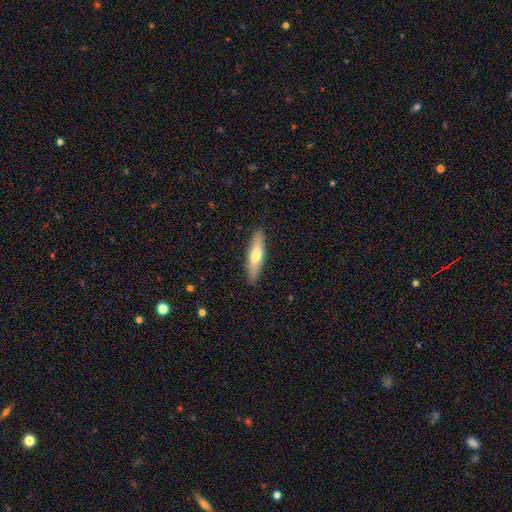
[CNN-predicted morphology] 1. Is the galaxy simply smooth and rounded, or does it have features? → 61% smooth, 34% featured or disk, 5% star or artifact.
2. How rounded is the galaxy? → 72% cigar-shaped, 26% in between, 2% round.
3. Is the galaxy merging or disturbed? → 88% none, 9% minor disturbance, 2% major disturbance, 1% merger.